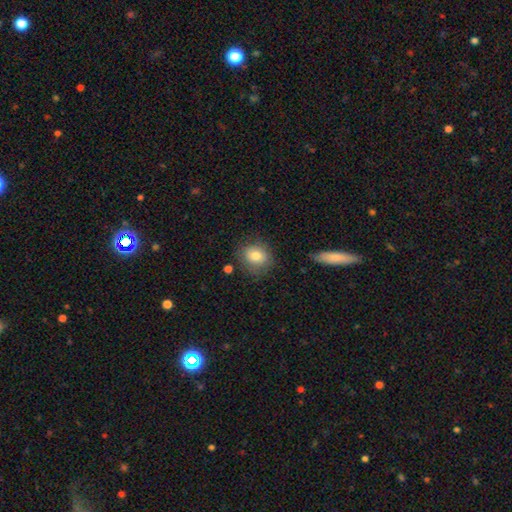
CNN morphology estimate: smooth-or-featured: smooth: 78% | featured or disk: 12% | star or artifact: 9%
  how-rounded: round: 68% | in between: 31% | cigar-shaped: 1%
  merging: none: 75% | minor disturbance: 17% | major disturbance: 5% | merger: 2%